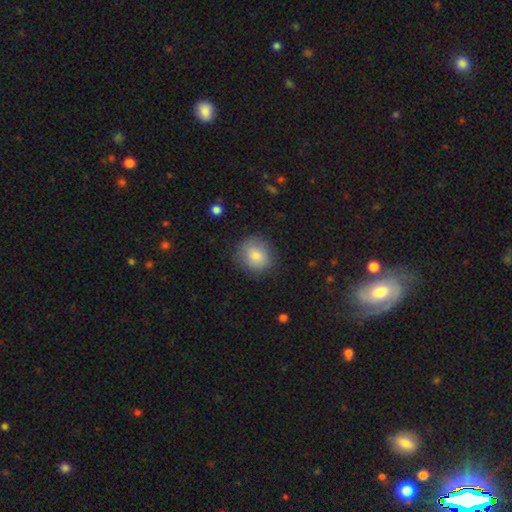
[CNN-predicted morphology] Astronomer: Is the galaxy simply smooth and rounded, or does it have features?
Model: smooth — 83%.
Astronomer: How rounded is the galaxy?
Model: round — 77%.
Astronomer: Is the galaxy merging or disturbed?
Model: none — 83%.